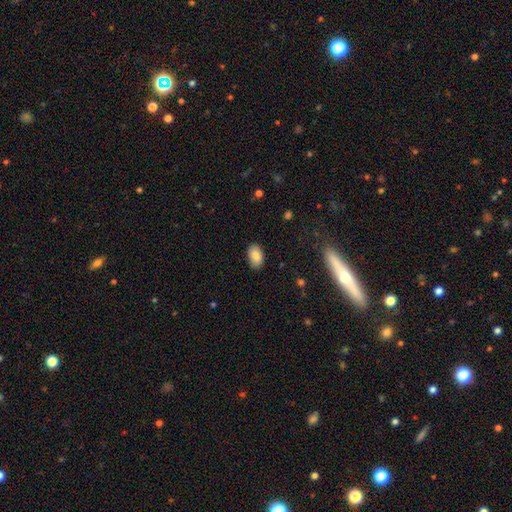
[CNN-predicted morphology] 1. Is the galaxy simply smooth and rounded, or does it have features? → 87% smooth, 7% star or artifact, 5% featured or disk.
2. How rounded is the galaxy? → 92% in between, 6% round, 1% cigar-shaped.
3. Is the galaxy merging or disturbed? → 86% none, 10% minor disturbance, 2% major disturbance, 1% merger.